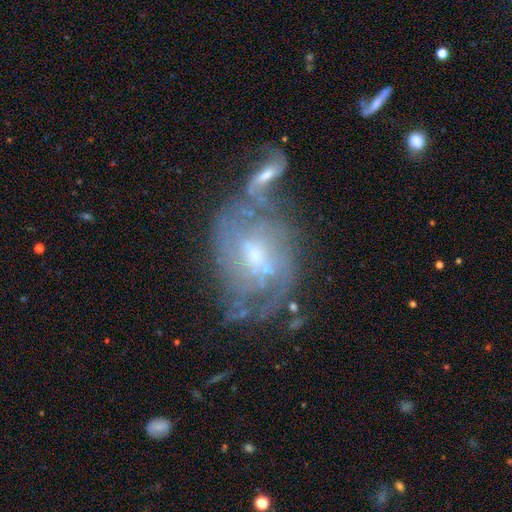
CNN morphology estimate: smooth_or_featured: featured or disk (p=0.78) [alt: smooth p=0.14]
disk_edge_on: no (p=0.96) [alt: yes p=0.04]
bar: no (p=0.45) [tied with: weak p=0.45]
has_spiral_arms: yes (p=0.83) [alt: no p=0.17]
spiral_winding: tight (p=0.44) [alt: medium p=0.37]
spiral_arm_count: can't tell (p=0.46) [alt: 2 p=0.27]
bulge_size: moderate (p=0.46) [alt: small p=0.41]
merging: none (p=0.37) [alt: merger p=0.33]